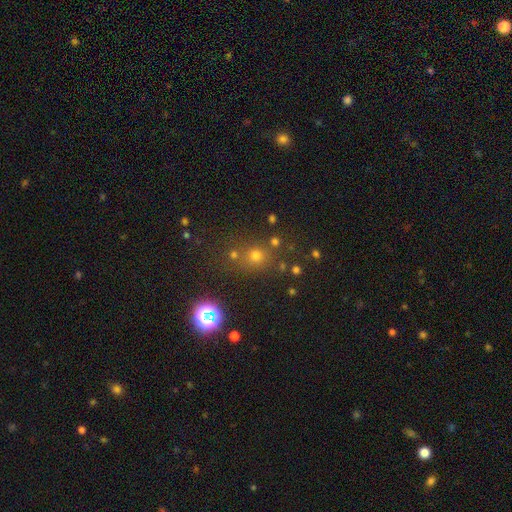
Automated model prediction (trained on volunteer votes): This appears to be a smooth galaxy with no disk features (48%). Merging: none (72%).